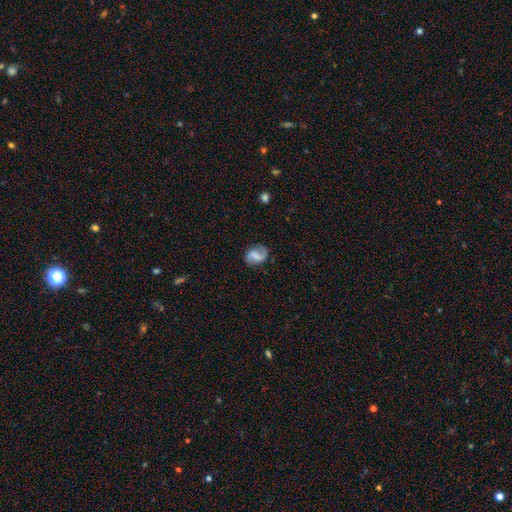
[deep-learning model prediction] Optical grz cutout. It shows a featured or disk galaxy (60%) with a weak bar (47%), 2 (84%) loose (51%) spiral arms (90%) and a small central bulge (34%). Merging: none (77%).